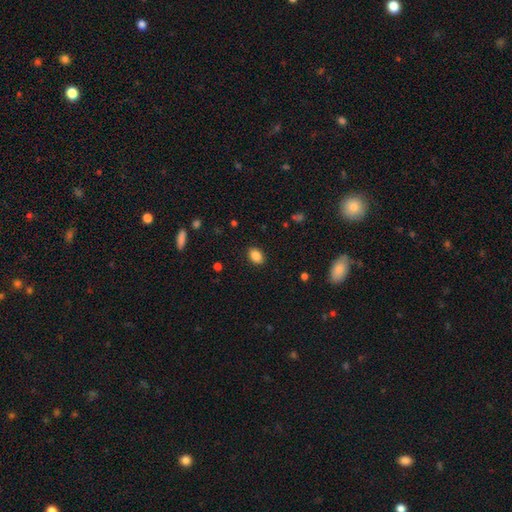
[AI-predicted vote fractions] This is clearly a smooth galaxy (86%). How rounded: likely in between (75%). Merging: clearly none (89%).